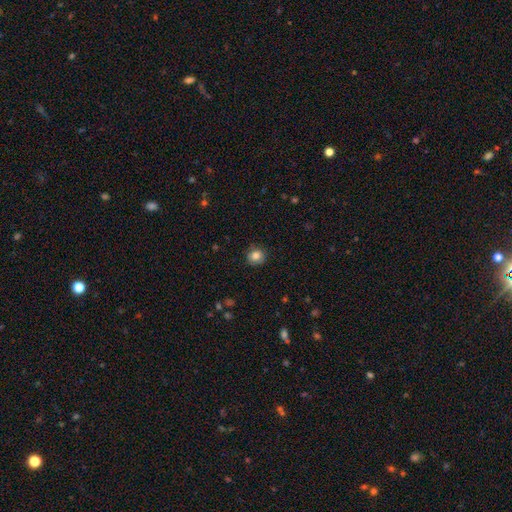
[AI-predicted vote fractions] A smooth galaxy with no disk features (84%) that is round (89%). Merging: none (87%).